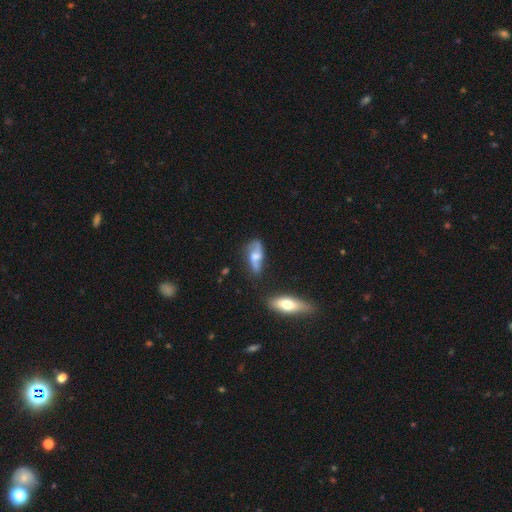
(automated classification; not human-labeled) Smooth or featured: featured or disk — 65% (smooth — 28%)
Edge-on disk: no — 85% (yes — 15%)
Bar: no — 59% (weak — 32%)
Spiral arms: yes — 84% (no — 16%)
Bulge size: moderate — 51% (small — 21%)
Merging: none — 56% (minor disturbance — 23%)